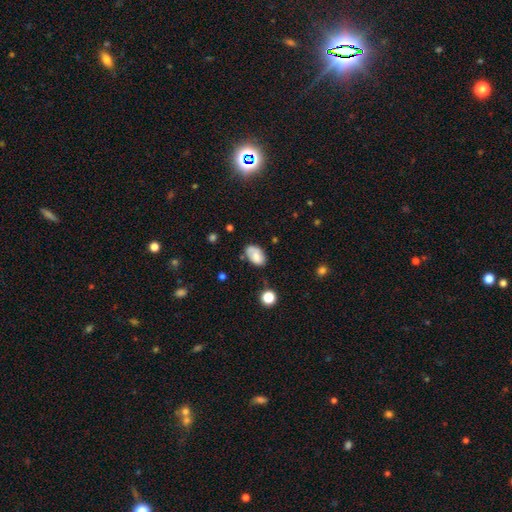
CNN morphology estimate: smooth_or_featured: smooth (p=0.66) [alt: featured or disk p=0.25]
how_rounded: in between (p=0.89) [alt: round p=0.09]
merging: none (p=0.58) [alt: minor disturbance p=0.29]